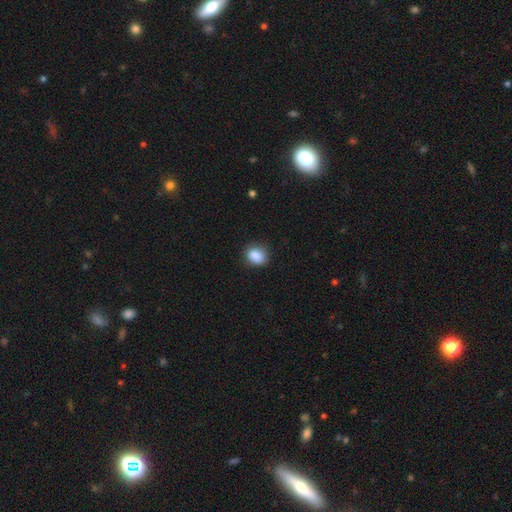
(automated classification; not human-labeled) This is clearly a smooth galaxy (88%). How rounded: possibly round (51%). Merging: likely none (80%).